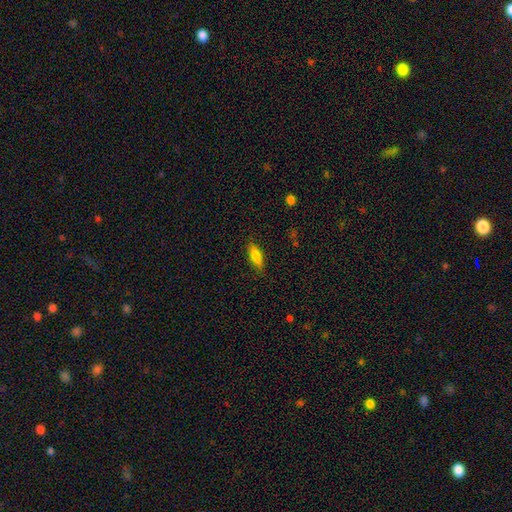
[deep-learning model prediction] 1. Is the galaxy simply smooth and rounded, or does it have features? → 76% smooth, 17% featured or disk, 7% star or artifact.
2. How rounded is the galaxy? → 56% in between, 42% cigar-shaped, 2% round.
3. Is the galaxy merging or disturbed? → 86% none, 11% minor disturbance, 2% major disturbance, 1% merger.